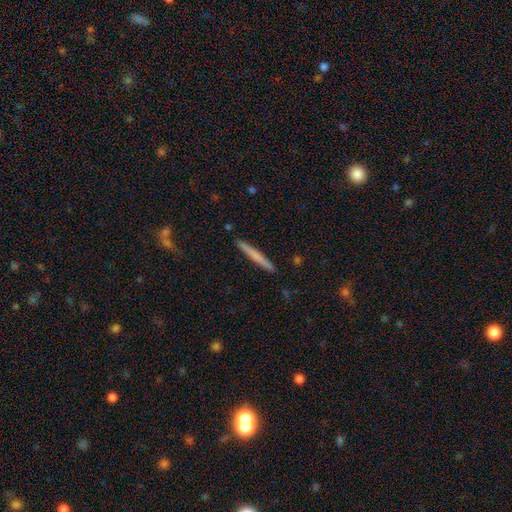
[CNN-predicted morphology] smooth 64%, featured or disk 31%, star or artifact 6%. Down the decision tree: how rounded — cigar-shaped (97%); merging — none (91%).